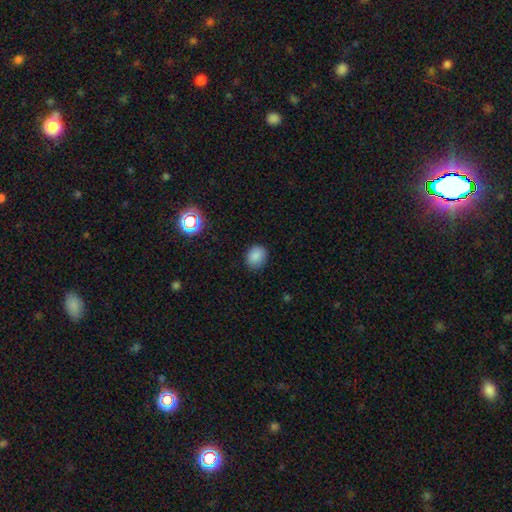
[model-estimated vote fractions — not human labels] Morphology: type=smooth (85%); roundness=round (55%); merging=none (84%).